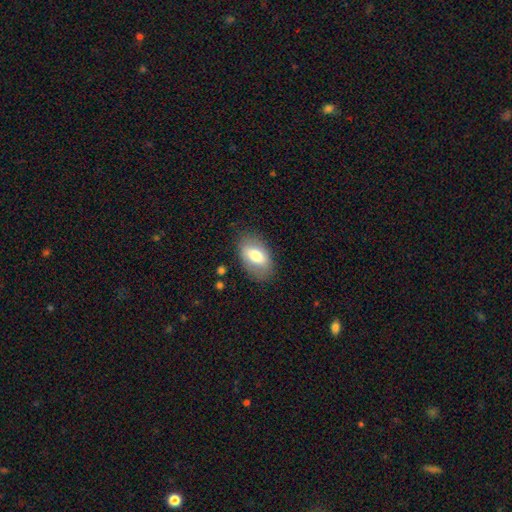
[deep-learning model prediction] Smooth or featured?
  - smooth: 70% *
  - featured or disk: 23%
  - star or artifact: 7%
How rounded?
  - in between: 91% *
  - round: 7%
  - cigar-shaped: 2%
Merging?
  - none: 79% *
  - minor disturbance: 15%
  - major disturbance: 5%
  - merger: 1%